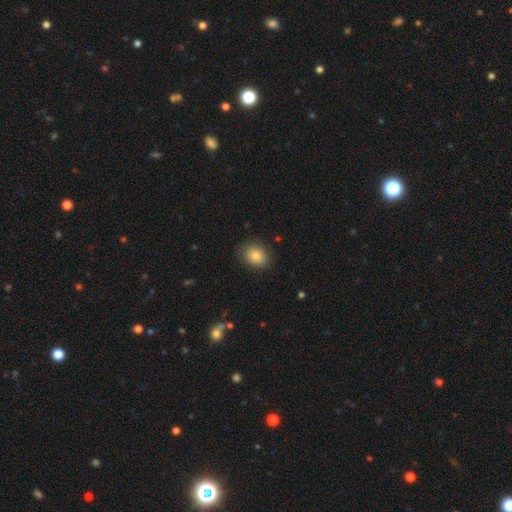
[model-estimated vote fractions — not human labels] This is clearly a smooth galaxy (82%). How rounded: possibly in between (52%). Merging: likely none (78%).